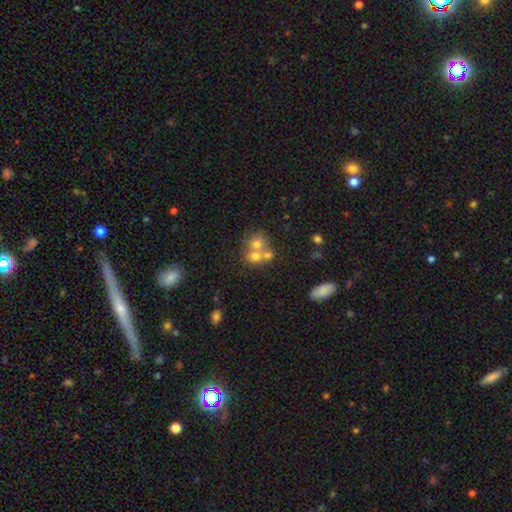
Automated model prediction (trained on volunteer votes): A smooth galaxy with no disk features (61%) that is round (74%).

Vote fractions:
- Smooth or featured? smooth: 61% / featured or disk: 24% / star or artifact: 15%
- How rounded? round: 74% / in between: 25% / cigar-shaped: 1%
- Merging? merger: 58% / none: 32% / minor disturbance: 6% / major disturbance: 4%